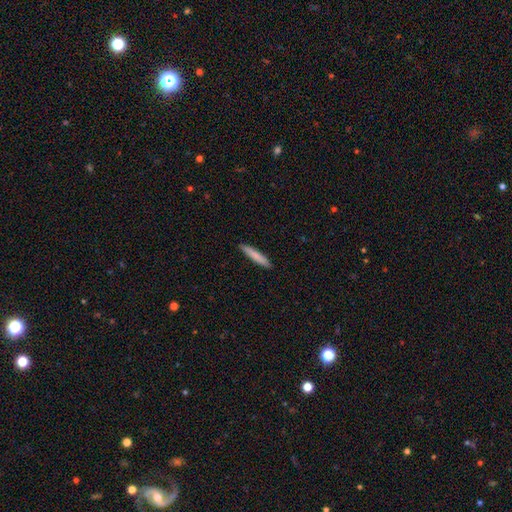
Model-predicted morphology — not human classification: type=smooth (80%); roundness=cigar-shaped (94%); merging=none (91%).